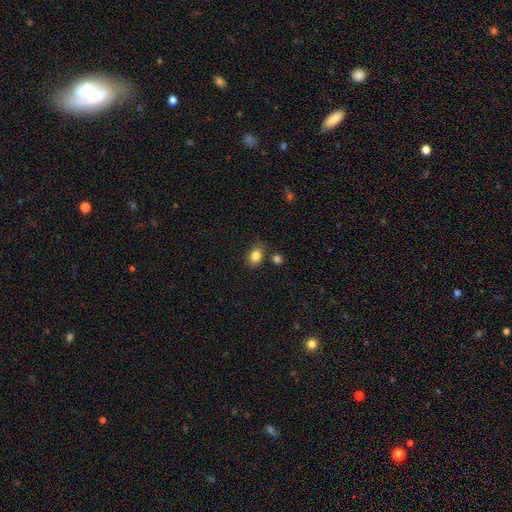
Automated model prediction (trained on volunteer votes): This is clearly a smooth galaxy (84%). How rounded: likely in between (69%). Merging: likely none (75%).